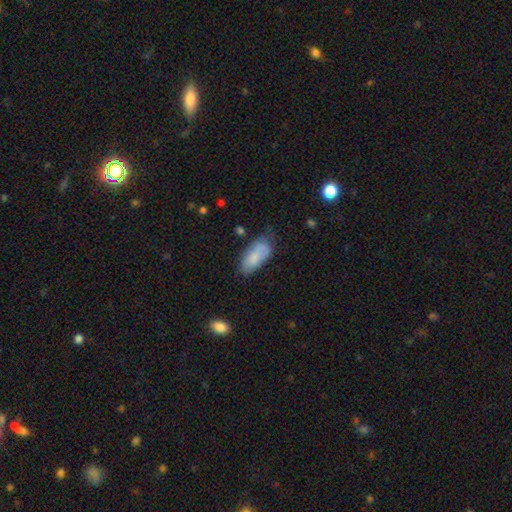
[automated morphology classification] Smooth or featured?
  - smooth: 81% *
  - featured or disk: 12%
  - star or artifact: 7%
How rounded?
  - in between: 89% *
  - cigar-shaped: 9%
  - round: 2%
Merging?
  - none: 55% *
  - minor disturbance: 32%
  - major disturbance: 9%
  - merger: 4%